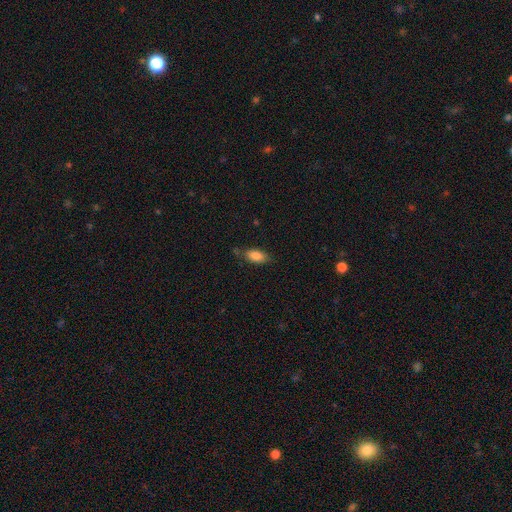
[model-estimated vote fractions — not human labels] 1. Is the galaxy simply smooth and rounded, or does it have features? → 84% smooth, 8% featured or disk, 8% star or artifact.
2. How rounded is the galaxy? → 86% in between, 11% cigar-shaped, 3% round.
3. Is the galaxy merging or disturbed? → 70% none, 22% minor disturbance, 5% major disturbance, 3% merger.